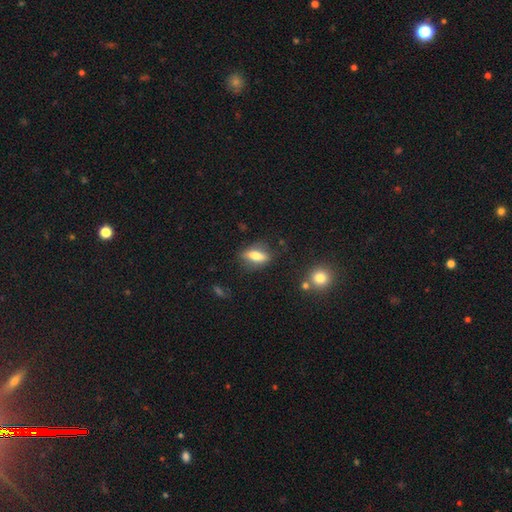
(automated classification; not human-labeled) Smooth or featured? smooth (60%)
How rounded? in between (61%)
Merging? none (77%)